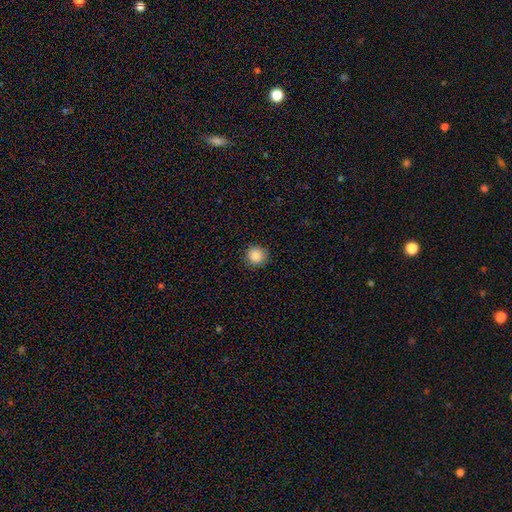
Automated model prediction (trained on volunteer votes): Overall: smooth (87%). How rounded: round (93%). Merging: none (89%).